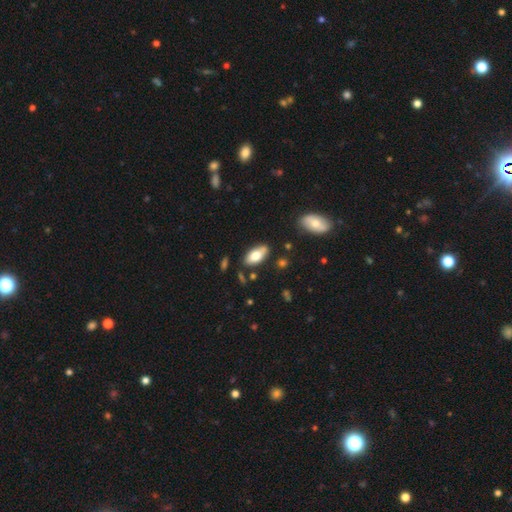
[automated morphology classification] Smooth or featured? smooth (73%)
How rounded? in between (91%)
Merging? none (80%)